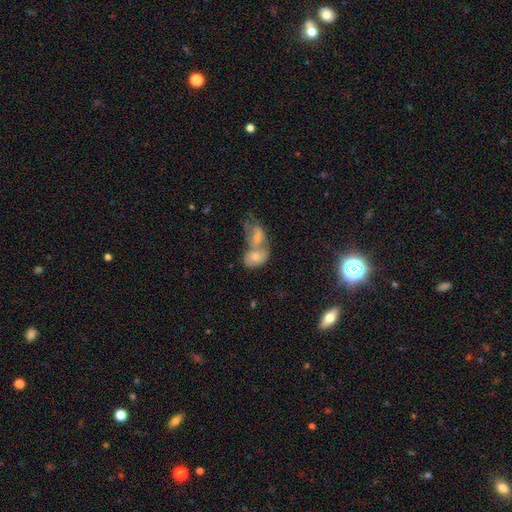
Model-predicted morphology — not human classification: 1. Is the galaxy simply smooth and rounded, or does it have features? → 67% smooth, 25% featured or disk, 9% star or artifact.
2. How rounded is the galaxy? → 82% in between, 16% round, 2% cigar-shaped.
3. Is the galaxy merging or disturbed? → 74% merger, 15% none, 7% minor disturbance, 4% major disturbance.